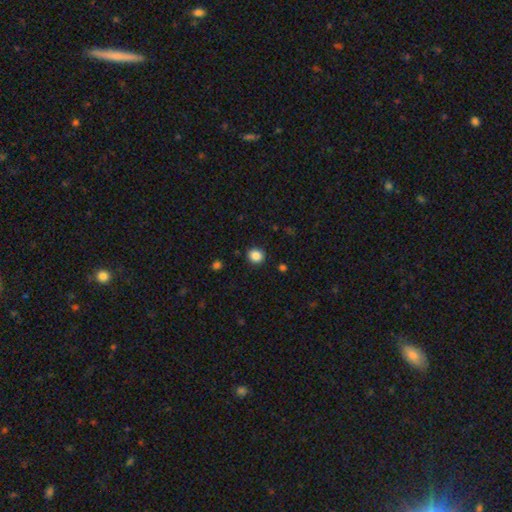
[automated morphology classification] A smooth galaxy with no disk features (86%) that is round (80%). Merging: none (90%).